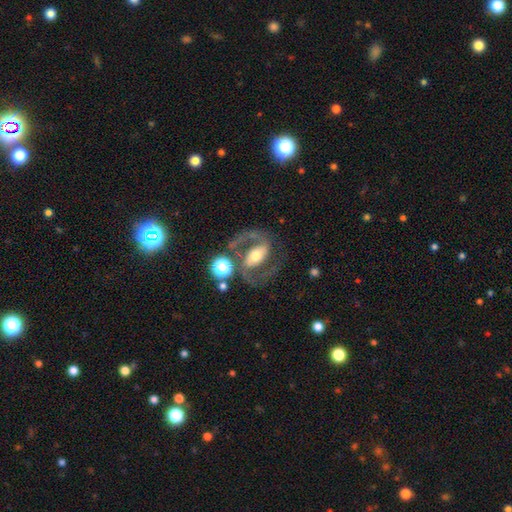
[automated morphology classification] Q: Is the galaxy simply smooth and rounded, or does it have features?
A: featured or disk — 85%.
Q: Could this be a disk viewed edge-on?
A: no — 97%.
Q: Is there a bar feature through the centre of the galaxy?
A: strong — 43%.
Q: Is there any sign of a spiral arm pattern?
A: yes — 95%.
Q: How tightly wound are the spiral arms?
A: medium — 60%.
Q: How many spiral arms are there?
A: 2 — 92%.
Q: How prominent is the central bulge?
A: moderate — 63%.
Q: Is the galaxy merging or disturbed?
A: none — 68%.